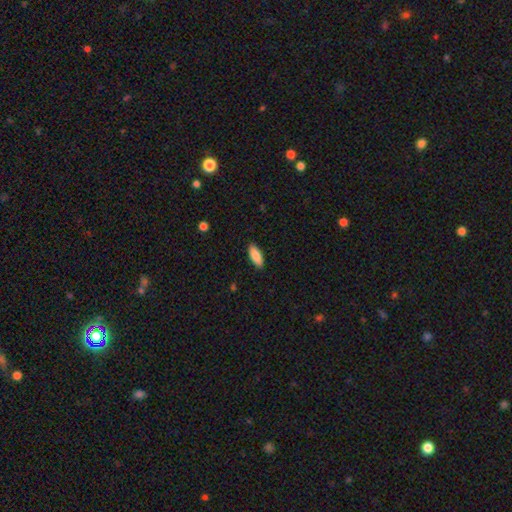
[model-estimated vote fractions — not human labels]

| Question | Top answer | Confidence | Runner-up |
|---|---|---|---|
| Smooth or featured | smooth | 86% | featured or disk (8%) |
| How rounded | in between | 78% | cigar-shaped (20%) |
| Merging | none | 89% | minor disturbance (8%) |